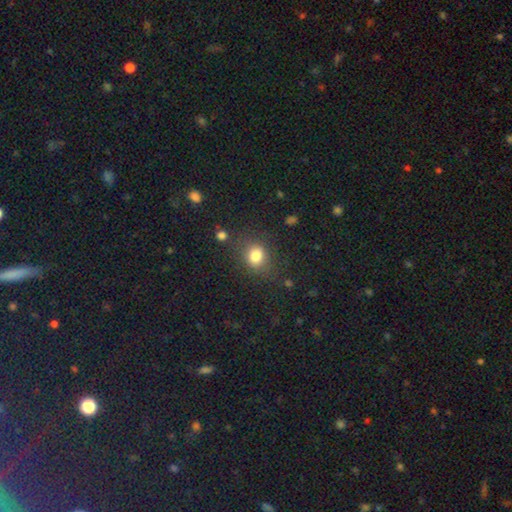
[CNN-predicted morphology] The model was most divided on "how rounded": round: 66%, in between: 33%, cigar-shaped: 1%. More confident: smooth or featured — smooth (80%); merging — none (75%).